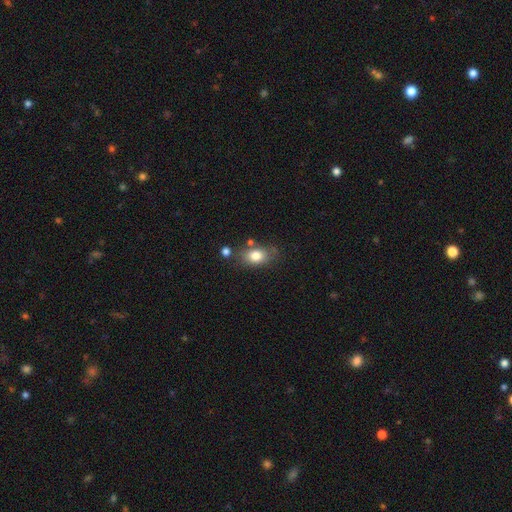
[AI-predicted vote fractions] This is likely a smooth galaxy (79%). How rounded: likely in between (76%). Merging: likely none (70%).